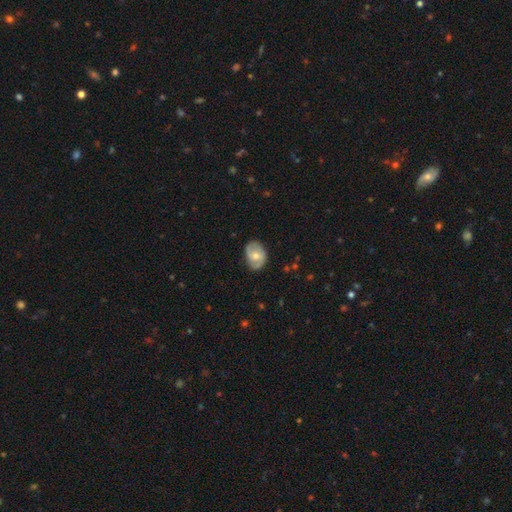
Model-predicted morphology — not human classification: This appears to be a featured or disk galaxy (56%) with no bar (58%), spiral arms (81%) and a moderate central bulge (59%). Merging: none (74%).